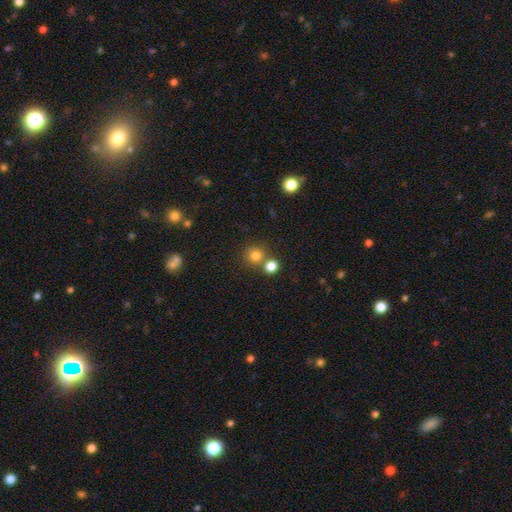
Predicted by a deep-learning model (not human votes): Smooth or featured: smooth — 79% (star or artifact — 14%)
How rounded: round — 87% (in between — 12%)
Merging: none — 64% (merger — 25%)